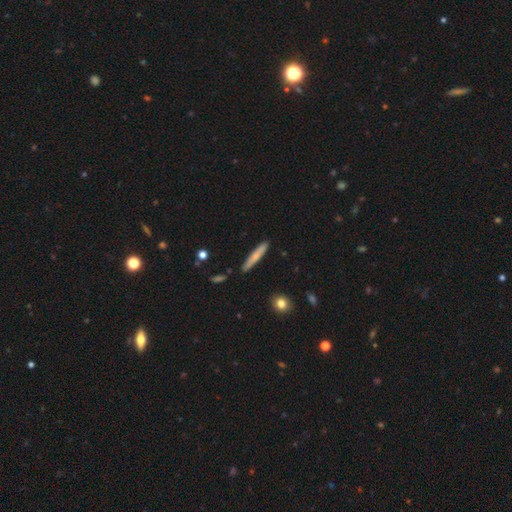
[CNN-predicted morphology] Smooth or featured? Predicted: smooth (p=0.69). How rounded? Predicted: cigar-shaped (p=0.94). Merging? Predicted: none (p=0.87).